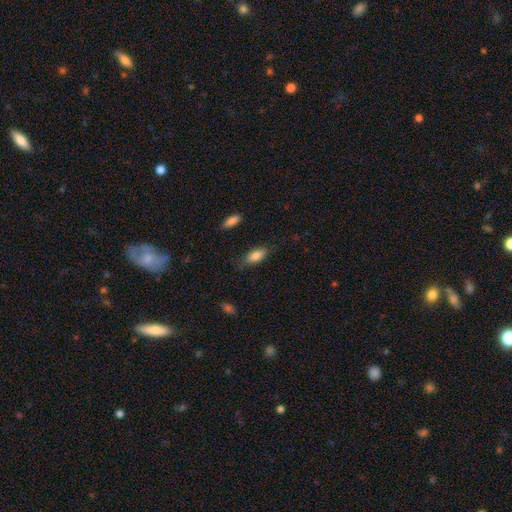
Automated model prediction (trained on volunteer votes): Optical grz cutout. It shows a smooth galaxy with no disk features (81%) that is in between round and cigar-shaped (79%). Merging: none (76%).